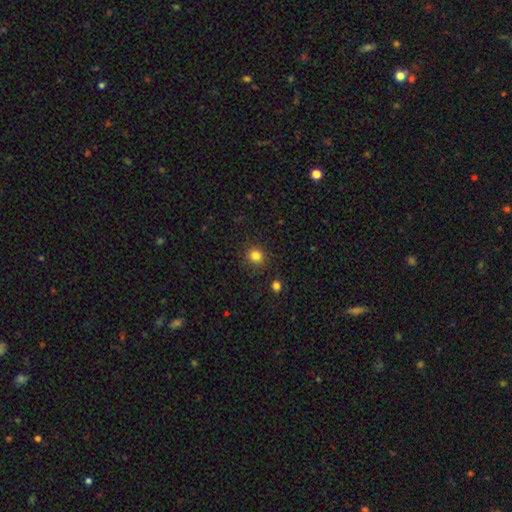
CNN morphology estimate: This appears to be a smooth galaxy with no disk features (83%) that is round (91%). Merging: none (89%).